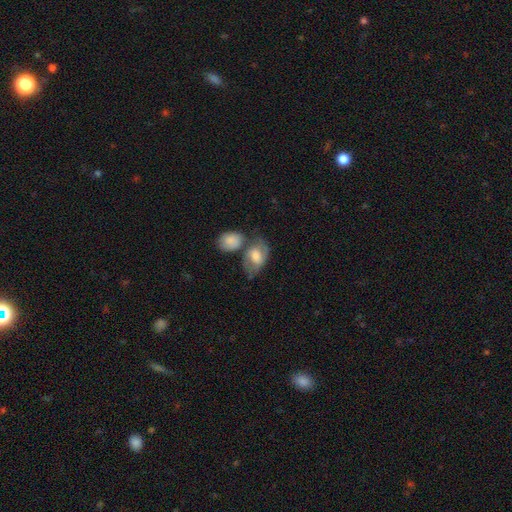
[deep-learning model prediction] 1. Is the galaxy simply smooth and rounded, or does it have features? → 55% smooth, 38% featured or disk, 7% star or artifact.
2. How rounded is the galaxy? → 80% in between, 18% round, 2% cigar-shaped.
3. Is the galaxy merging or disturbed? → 43% none, 29% merger, 19% minor disturbance, 10% major disturbance.